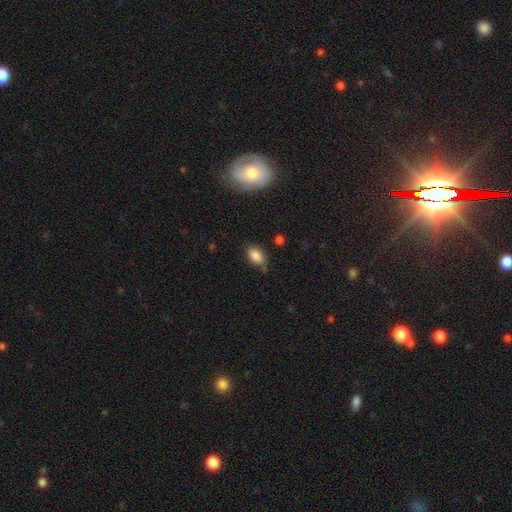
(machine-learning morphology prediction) This appears to be a smooth galaxy with no disk features (85%) that is in between round and cigar-shaped (90%). Merging: none (74%).